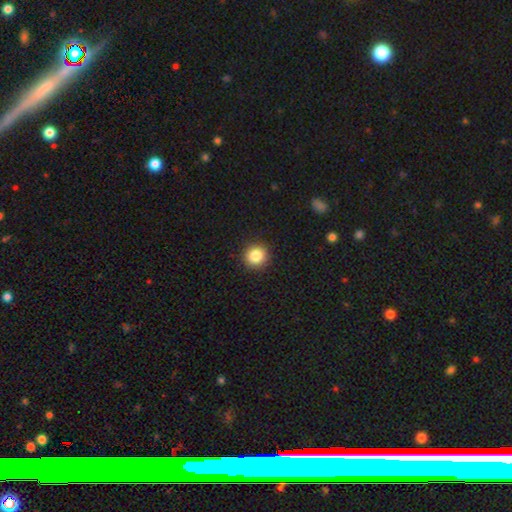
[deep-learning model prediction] smooth-or-featured: smooth: 85% | star or artifact: 10% | featured or disk: 5%
  how-rounded: round: 93% | in between: 6% | cigar-shaped: 1%
  merging: none: 92% | minor disturbance: 5% | major disturbance: 2% | merger: 1%